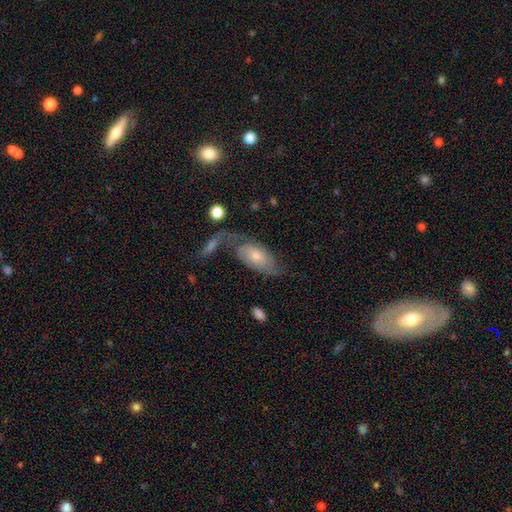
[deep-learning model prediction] smooth-or-featured: featured or disk: 58% | smooth: 34% | star or artifact: 9%
  disk-edge-on: no: 91% | yes: 9%
    bar: no: 76% | weak: 20% | strong: 4%
    has-spiral-arms: yes: 80% | no: 20%
    bulge-size: moderate: 52% | small: 38% | large: 6% | none: 3% | dominant: 2%
  merging: none: 39% | major disturbance: 21% | merger: 21% | minor disturbance: 19%